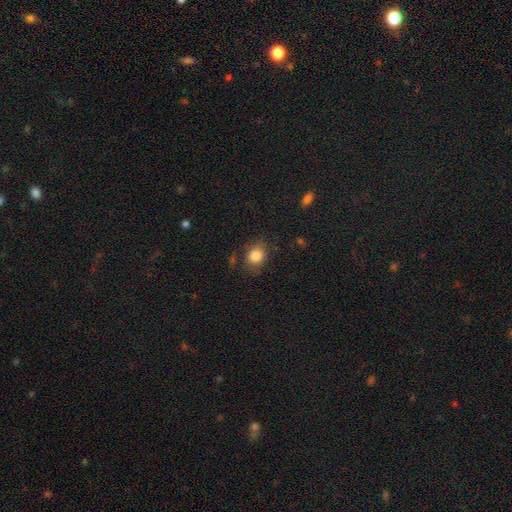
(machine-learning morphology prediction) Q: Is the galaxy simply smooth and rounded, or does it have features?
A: smooth — 83%.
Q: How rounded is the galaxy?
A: round — 56%.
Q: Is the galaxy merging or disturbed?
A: none — 73%.